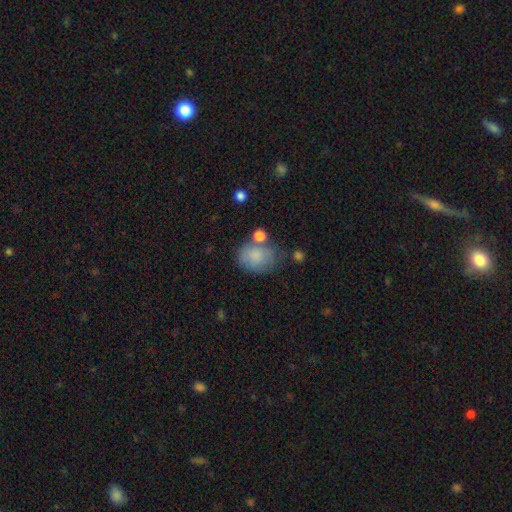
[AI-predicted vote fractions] A smooth galaxy with no disk features (81%) that is in between round and cigar-shaped (56%). Merging: none (55%).